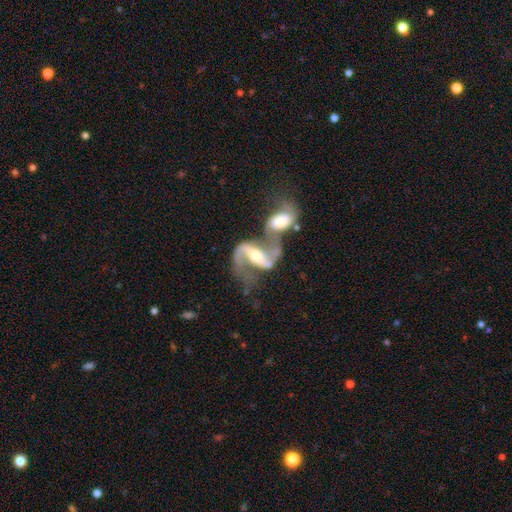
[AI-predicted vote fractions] smooth-or-featured: featured or disk: 82% | smooth: 10% | star or artifact: 9%
  disk-edge-on: no: 95% | yes: 5%
    bar: weak: 40% | strong: 31% | no: 29%
    has-spiral-arms: yes: 88% | no: 12%
      spiral-winding: loose: 53% | medium: 34% | tight: 13%
      spiral-arm-count: 2: 76% | 1: 15% | can't tell: 5% | 3: 1% | 4: 1% | more than 4: 1%
    bulge-size: moderate: 52% | small: 35% | large: 7% | none: 5% | dominant: 2%
  merging: merger: 69% | none: 15% | major disturbance: 10% | minor disturbance: 7%